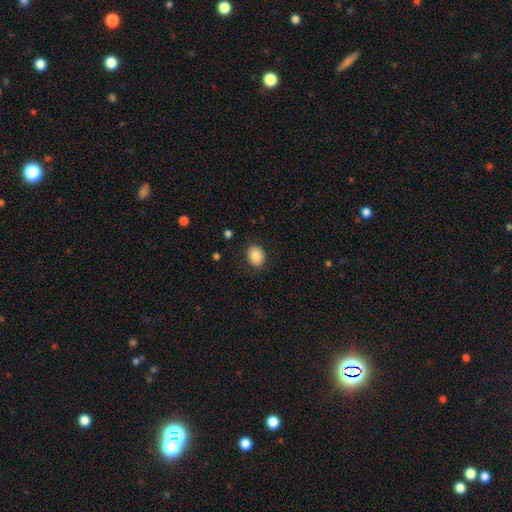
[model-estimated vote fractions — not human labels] Smooth or featured? Predicted: smooth (p=0.85). How rounded? Predicted: round (p=0.52). Merging? Predicted: none (p=0.86).